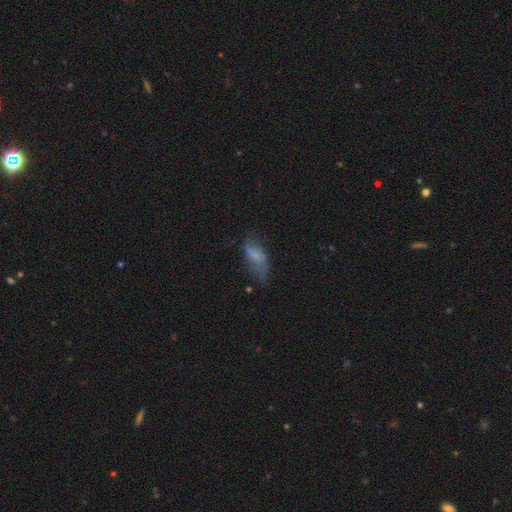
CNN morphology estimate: smooth 54%, featured or disk 35%, star or artifact 11%. Down the decision tree: how rounded — in between (82%); merging — none (40%).